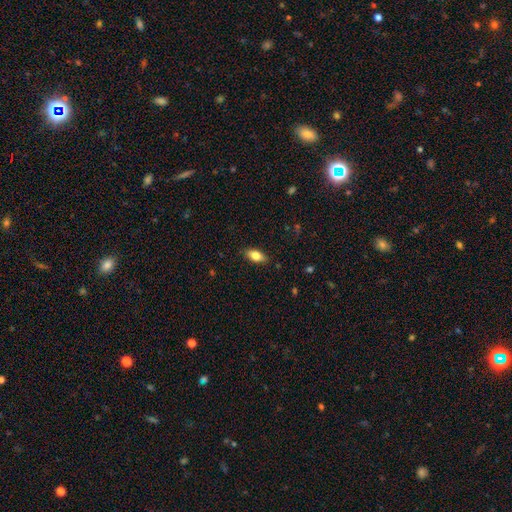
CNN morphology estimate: Smooth or featured? Predicted: smooth (p=0.78). How rounded? Predicted: in between (p=0.85). Merging? Predicted: none (p=0.87).